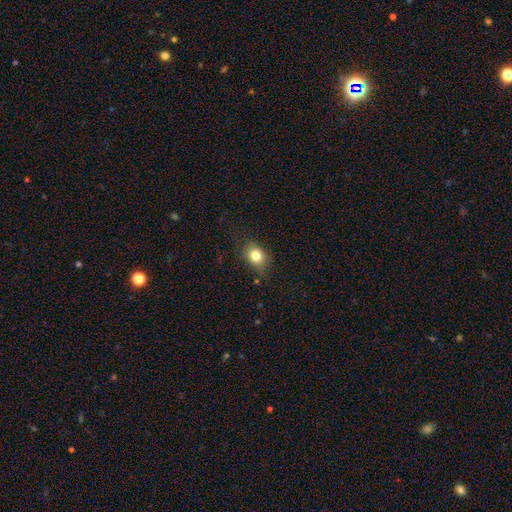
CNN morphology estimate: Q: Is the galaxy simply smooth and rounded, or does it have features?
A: smooth — 80%.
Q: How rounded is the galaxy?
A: in between — 62%.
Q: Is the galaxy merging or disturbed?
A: none — 75%.